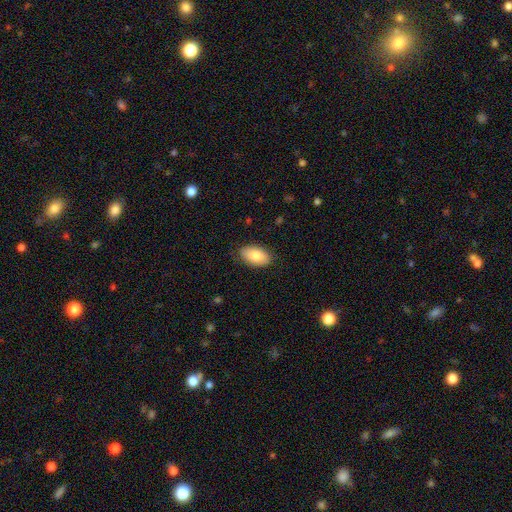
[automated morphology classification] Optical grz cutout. It shows a smooth galaxy with no disk features (84%) that is in between round and cigar-shaped (94%). Merging: none (84%).